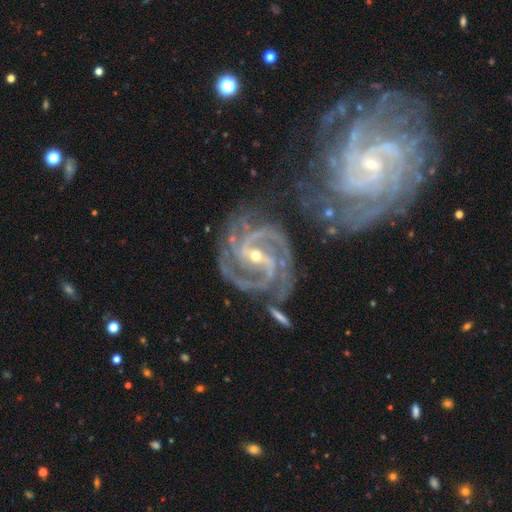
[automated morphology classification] This appears to be a featured or disk galaxy (93%) with a strong bar (45%), 2 (35%) tight (58%) spiral arms (99%) and a small central bulge (68%). Merging: none (54%).